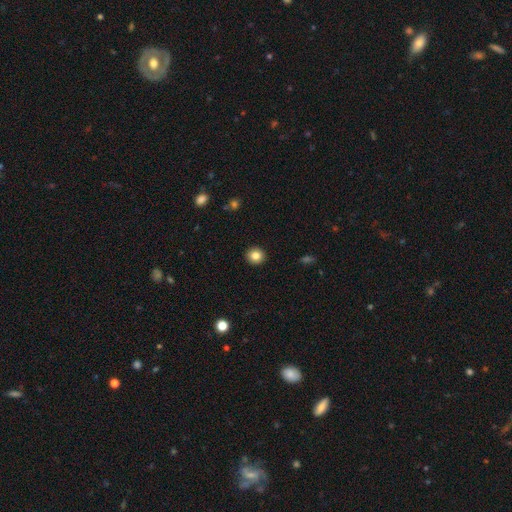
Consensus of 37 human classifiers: Volunteers were most divided on "smooth or featured": smooth: 78%, featured or disk: 14%, star or artifact: 8%. More confident: merging — none (94%); how rounded — round (83%).